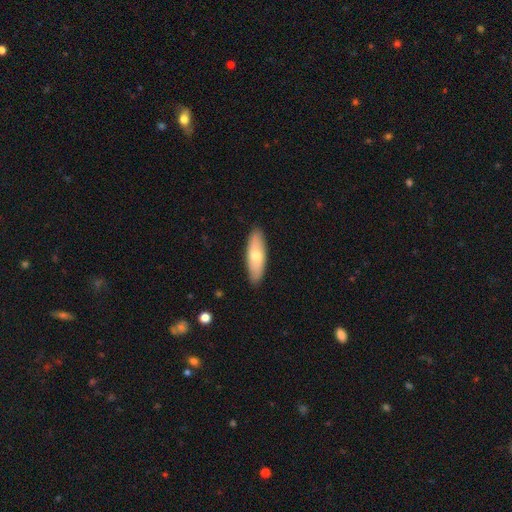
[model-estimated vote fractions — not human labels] A smooth galaxy with no disk features (64%) that is in between round and cigar-shaped (58%). Merging: none (88%).